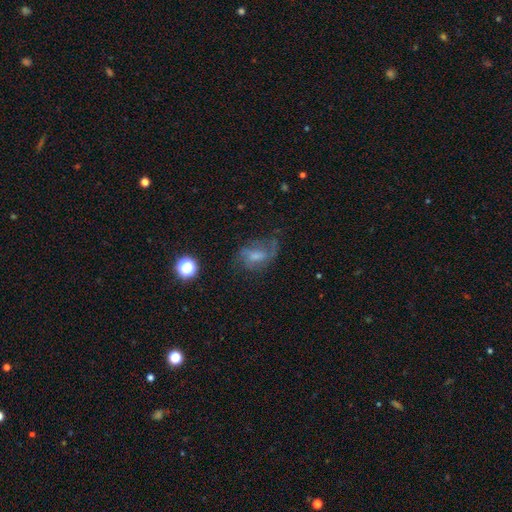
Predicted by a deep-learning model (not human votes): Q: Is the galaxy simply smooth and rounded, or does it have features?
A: featured or disk — 54%.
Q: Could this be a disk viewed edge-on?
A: no — 96%.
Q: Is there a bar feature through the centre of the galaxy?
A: no — 46%.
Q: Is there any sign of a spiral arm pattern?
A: yes — 75%.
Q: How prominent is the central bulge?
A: moderate — 37%.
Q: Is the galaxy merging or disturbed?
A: none — 48%.